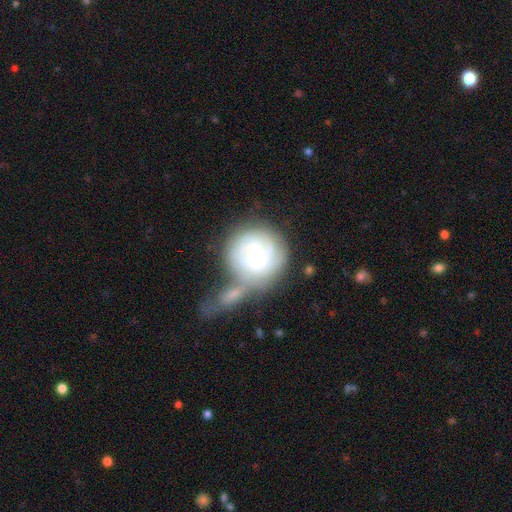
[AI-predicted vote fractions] This is likely a featured or disk galaxy (77%). It is clearly not viewed edge-on (97%). Bar: possibly no (49%). Spiral arm pattern: clearly yes (95%). Spiral arm count: marginally 2 (30%). Spiral winding: likely tight (72%). Central bulge: possibly small (57%). Merging: marginally merger (42%).